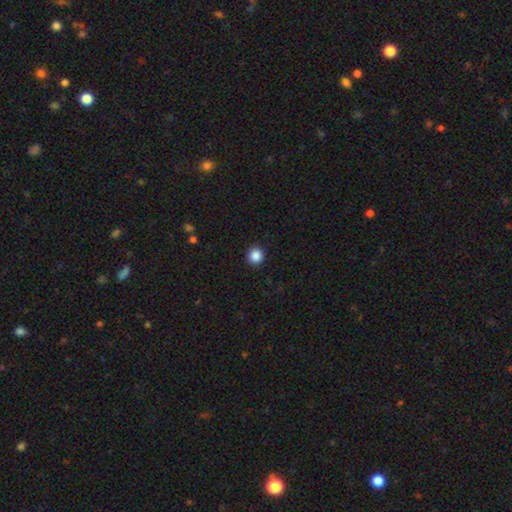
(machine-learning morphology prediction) smooth 88%, star or artifact 10%, featured or disk 3%. Down the decision tree: how rounded — round (94%); merging — none (93%).